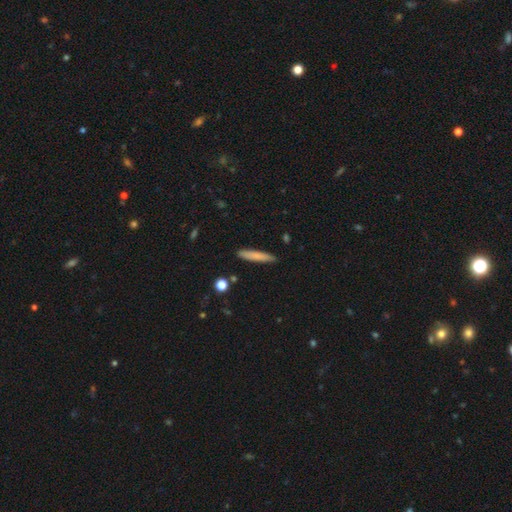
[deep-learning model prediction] A smooth galaxy with no disk features (77%) that is cigar-shaped (92%).

Vote fractions:
- Smooth or featured? smooth: 77% / featured or disk: 17% / star or artifact: 6%
- How rounded? cigar-shaped: 92% / in between: 6% / round: 1%
- Merging? none: 87% / minor disturbance: 9% / major disturbance: 2% / merger: 2%